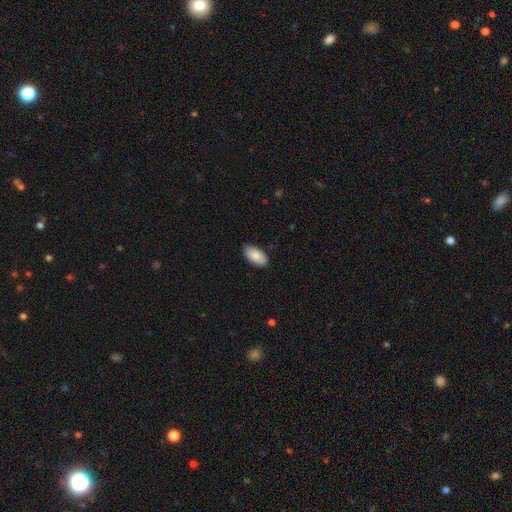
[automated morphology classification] Smooth or featured: smooth — 84% (featured or disk — 10%)
How rounded: in between — 95% (cigar-shaped — 2%)
Merging: none — 85% (minor disturbance — 12%)